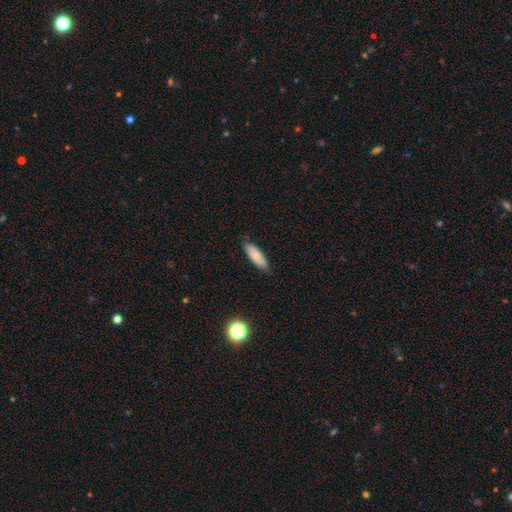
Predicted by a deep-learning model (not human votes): Smooth or featured? smooth (76%)
How rounded? in between (55%)
Merging? none (83%)